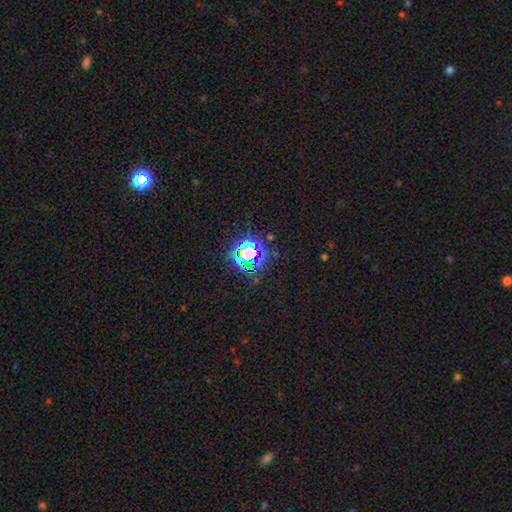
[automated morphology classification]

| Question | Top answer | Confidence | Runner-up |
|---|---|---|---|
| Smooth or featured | star or artifact | 78% | smooth (15%) |